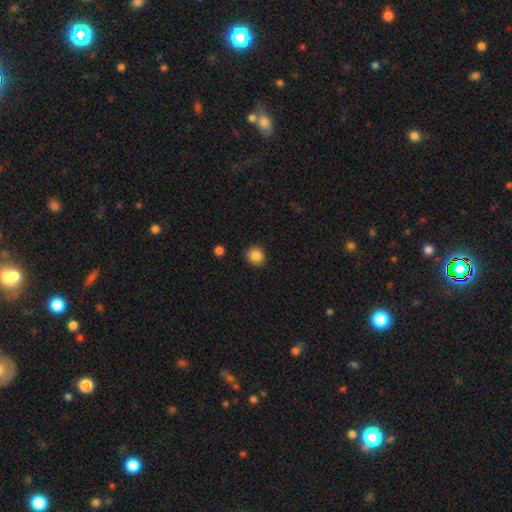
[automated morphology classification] Q: Smooth or featured?
A: smooth (87%); runner-up: star or artifact (10%)
Q: How rounded?
A: round (88%); runner-up: in between (11%)
Q: Merging?
A: none (91%); runner-up: minor disturbance (6%)